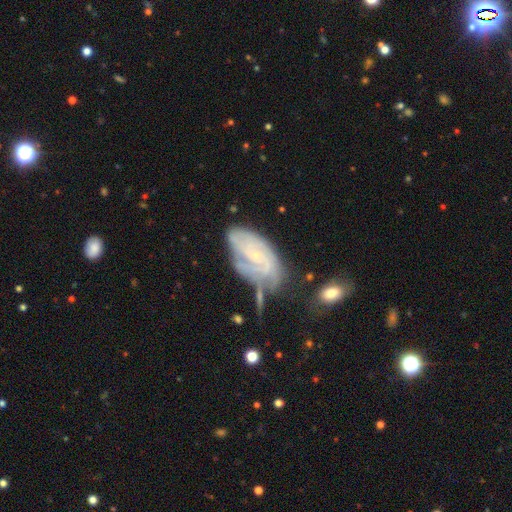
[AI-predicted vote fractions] Overall: featured or disk (70%). Edge-on disk: no (94%). Bar: no (60%; weak 32%). Spiral arms: yes (84%). Spiral arm count: can't tell (50%; 2 20%). Spiral winding: tight (58%; medium 31%). Bulge size: small (78%). Merging: none (43%; minor disturbance 29%).